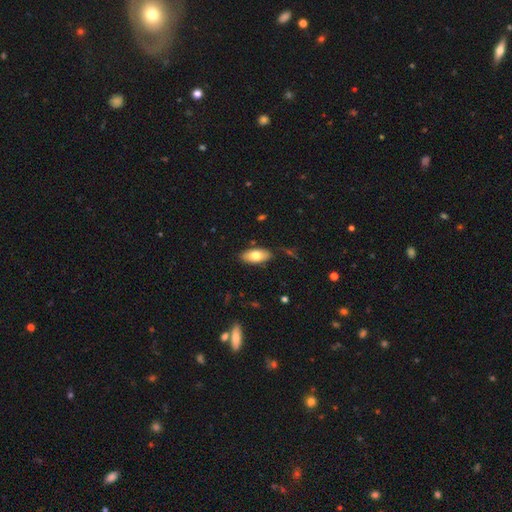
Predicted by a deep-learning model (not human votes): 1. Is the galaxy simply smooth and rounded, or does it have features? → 74% smooth, 20% featured or disk, 7% star or artifact.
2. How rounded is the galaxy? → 90% in between, 8% cigar-shaped, 3% round.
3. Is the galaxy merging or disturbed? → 84% none, 11% minor disturbance, 2% major disturbance, 2% merger.